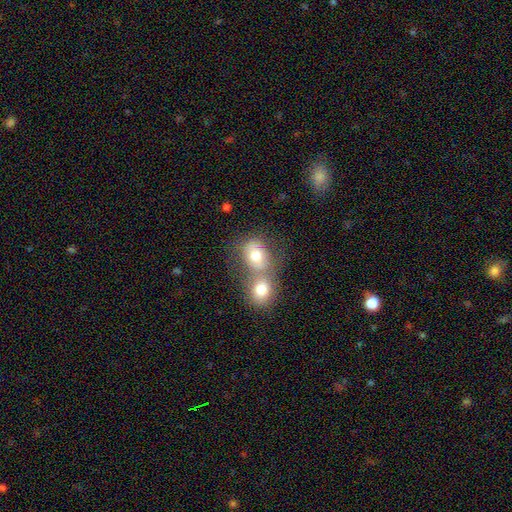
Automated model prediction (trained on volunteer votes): Overall: smooth (72%). How rounded: round (52%; in between 47%). Merging: merger (61%; none 25%).